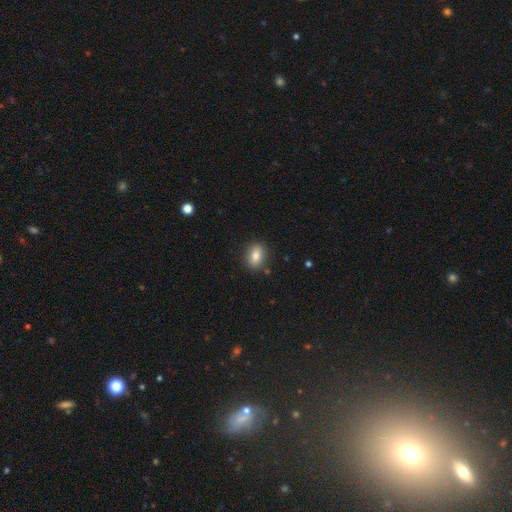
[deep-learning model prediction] Morphology: type=smooth (81%); roundness=in between (76%); merging=none (86%).